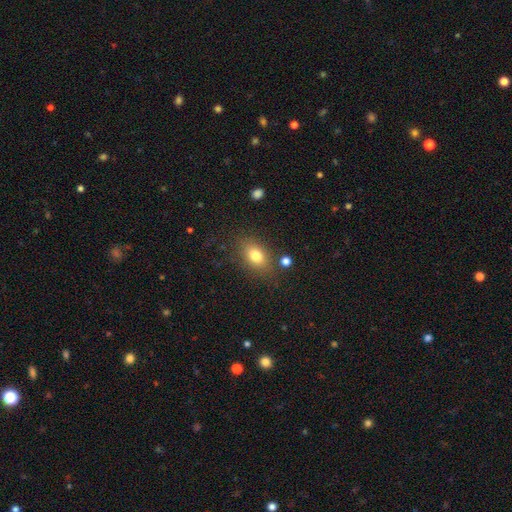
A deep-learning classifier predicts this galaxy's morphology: smooth 79%, featured or disk 11%, star or artifact 10%. Down the decision tree: how rounded — in between (78%); merging — none (78%).